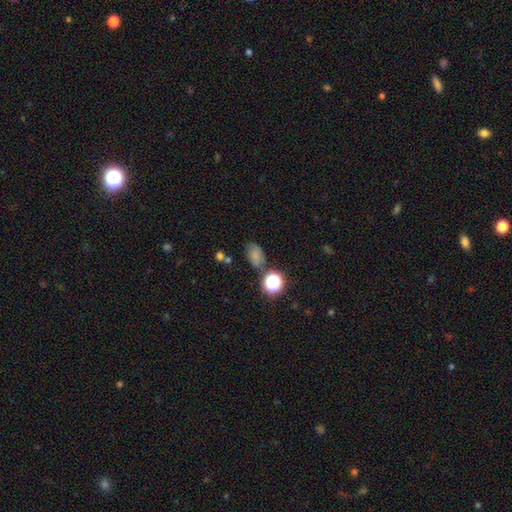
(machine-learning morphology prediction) This appears to be a smooth galaxy with no disk features (66%) that is in between round and cigar-shaped (73%). Merging: none (63%).